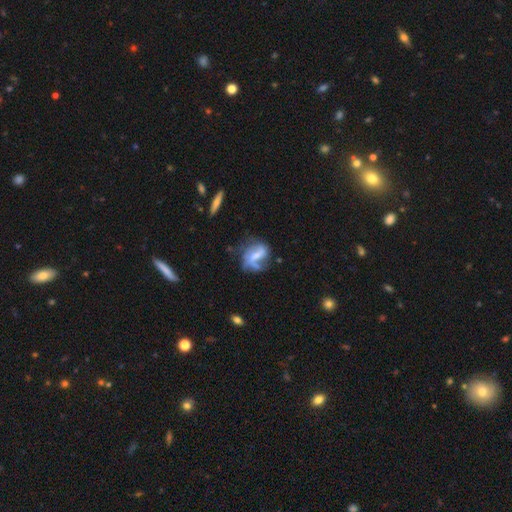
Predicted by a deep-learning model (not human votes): smooth-or-featured: featured or disk: 64% | smooth: 27% | star or artifact: 8%
  disk-edge-on: no: 95% | yes: 5%
    bar: weak: 41% | strong: 36% | no: 23%
    has-spiral-arms: yes: 79% | no: 21%
    bulge-size: none: 31% | small: 30% | moderate: 29% | large: 8% | dominant: 2%
  merging: none: 45% | minor disturbance: 24% | major disturbance: 24% | merger: 8%